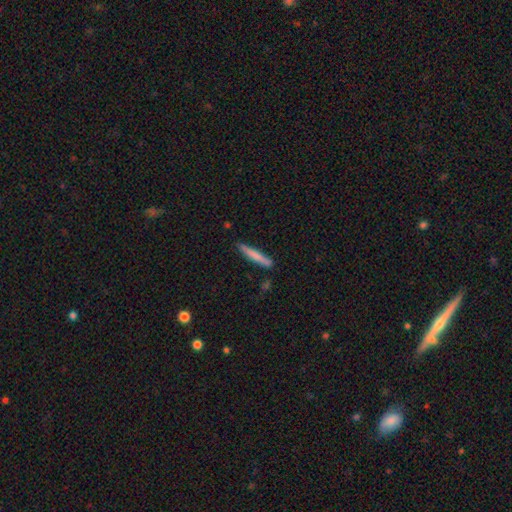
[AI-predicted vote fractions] smooth-or-featured: smooth: 71% | featured or disk: 23% | star or artifact: 5%
  how-rounded: cigar-shaped: 95% | in between: 4% | round: 1%
  merging: none: 85% | minor disturbance: 11% | merger: 2% | major disturbance: 2%